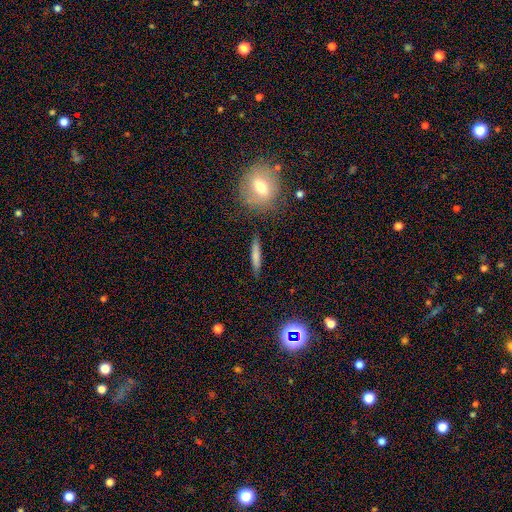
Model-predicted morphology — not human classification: Smooth or featured?
  - smooth: 73% *
  - featured or disk: 19%
  - star or artifact: 8%
How rounded?
  - cigar-shaped: 90% *
  - in between: 8%
  - round: 2%
Merging?
  - none: 84% *
  - minor disturbance: 11%
  - major disturbance: 2%
  - merger: 2%